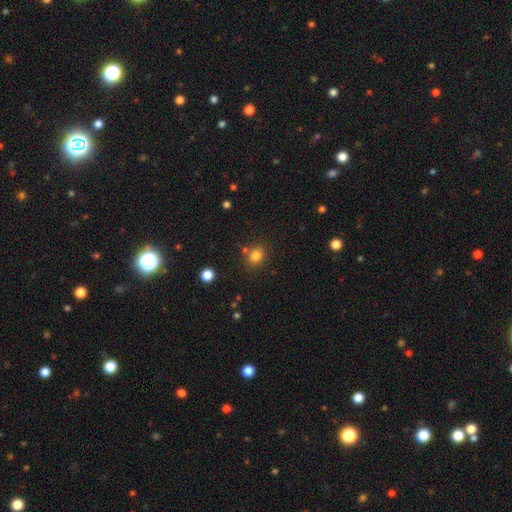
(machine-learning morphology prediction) smooth 80%, star or artifact 14%, featured or disk 6%. Down the decision tree: how rounded — round (76%); merging — none (77%).